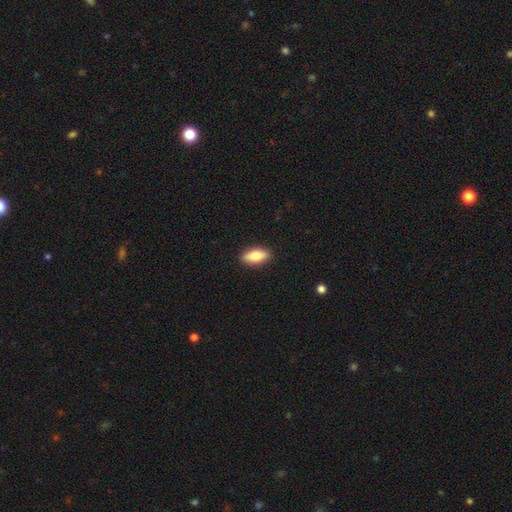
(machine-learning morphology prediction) Smooth or featured?
  - smooth: 77% *
  - featured or disk: 17%
  - star or artifact: 6%
How rounded?
  - in between: 82% *
  - cigar-shaped: 15%
  - round: 3%
Merging?
  - none: 90% *
  - minor disturbance: 7%
  - major disturbance: 2%
  - merger: 1%